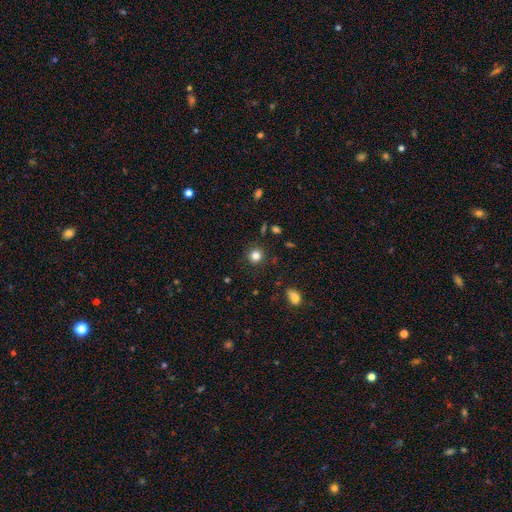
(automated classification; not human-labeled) A smooth galaxy with no disk features (82%) that is round (92%). Merging: none (88%).